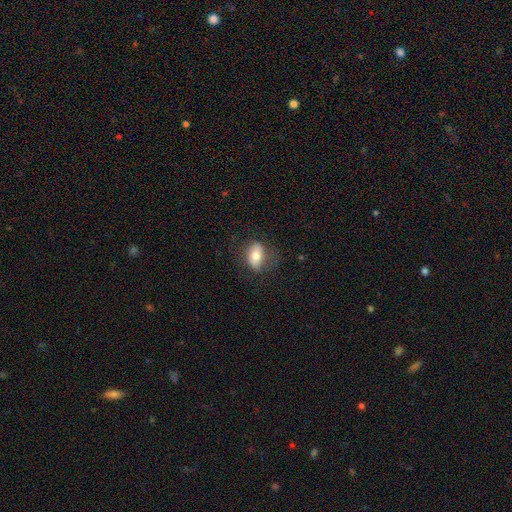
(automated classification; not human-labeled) The model was most divided on "smooth or featured": smooth: 64%, featured or disk: 28%, star or artifact: 8%. More confident: how rounded — in between (83%); merging — none (67%).